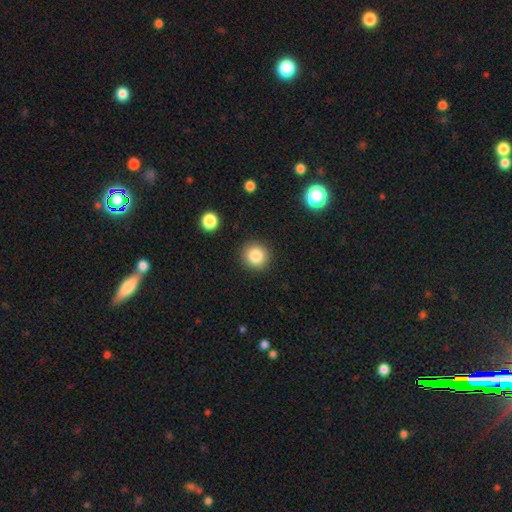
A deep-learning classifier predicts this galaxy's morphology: type=smooth (84%); roundness=round (93%); merging=none (90%).